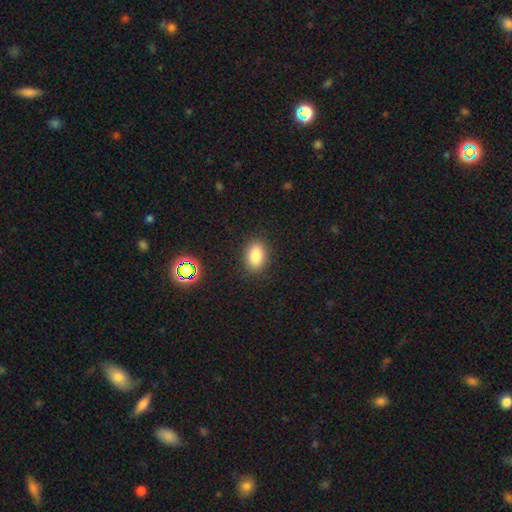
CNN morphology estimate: Smooth or featured? smooth (86%)
How rounded? in between (85%)
Merging? none (88%)